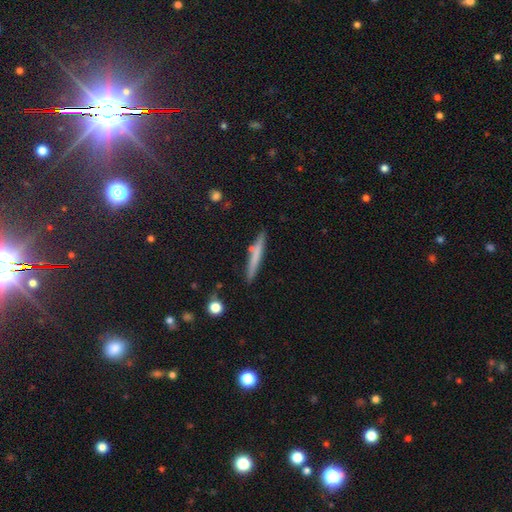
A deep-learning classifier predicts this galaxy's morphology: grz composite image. It shows a smooth galaxy with no disk features (65%) that is cigar-shaped (95%). Merging: none (86%).